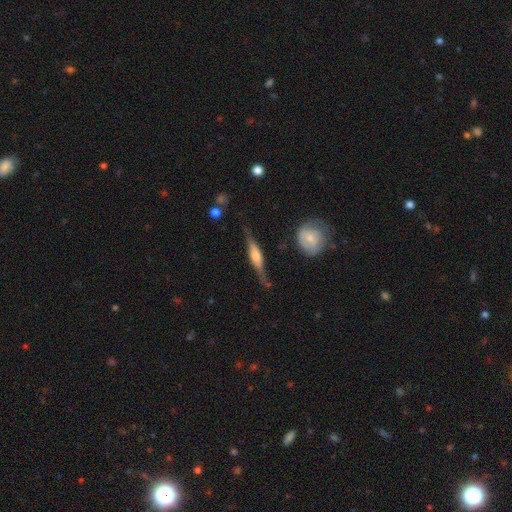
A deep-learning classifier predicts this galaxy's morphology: A featured or disk galaxy (76%) viewed edge-on (94%) with a rounded central bulge (78%). Merging: none (73%).